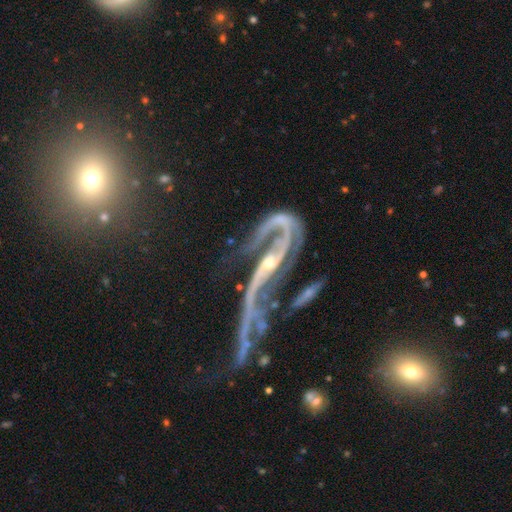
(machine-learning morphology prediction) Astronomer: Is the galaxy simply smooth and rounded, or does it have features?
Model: featured or disk — 87%.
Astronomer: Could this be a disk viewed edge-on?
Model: no — 90%.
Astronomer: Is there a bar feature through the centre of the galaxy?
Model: no — 47% (runner-up: strong, 27%).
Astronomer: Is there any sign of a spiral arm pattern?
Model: yes — 92%.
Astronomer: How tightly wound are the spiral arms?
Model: loose — 63%.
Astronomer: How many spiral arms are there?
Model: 2 — 75%.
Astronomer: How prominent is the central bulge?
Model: small — 58% (runner-up: moderate, 34%).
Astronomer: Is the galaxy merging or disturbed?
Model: major disturbance — 44% (runner-up: none, 23%).